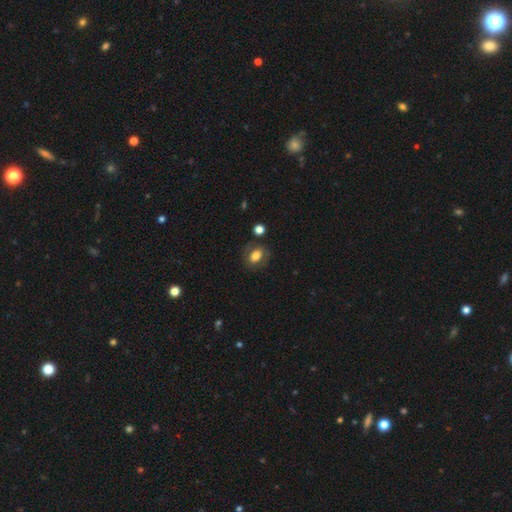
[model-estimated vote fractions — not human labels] This appears to be a smooth galaxy with no disk features (68%) that is in between round and cigar-shaped (68%). Merging: none (75%).